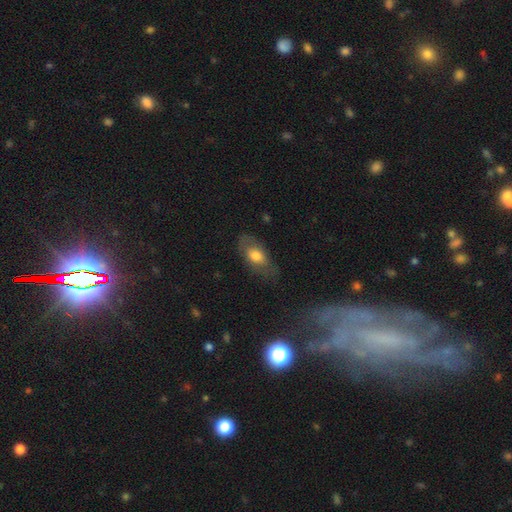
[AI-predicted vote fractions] This is likely a smooth galaxy (64%). How rounded: clearly in between (87%). Merging: likely none (65%).